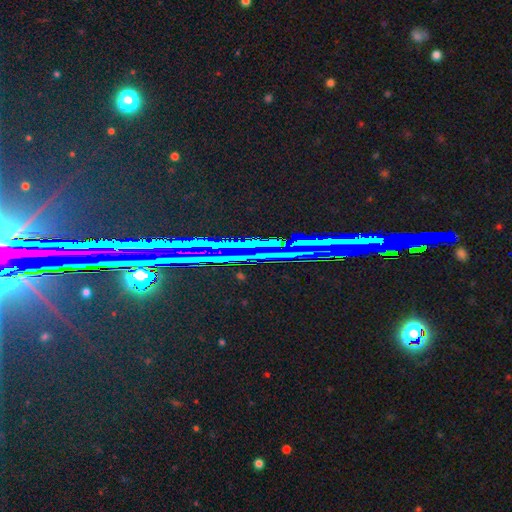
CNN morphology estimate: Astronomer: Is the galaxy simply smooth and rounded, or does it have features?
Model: star or artifact — 79%.